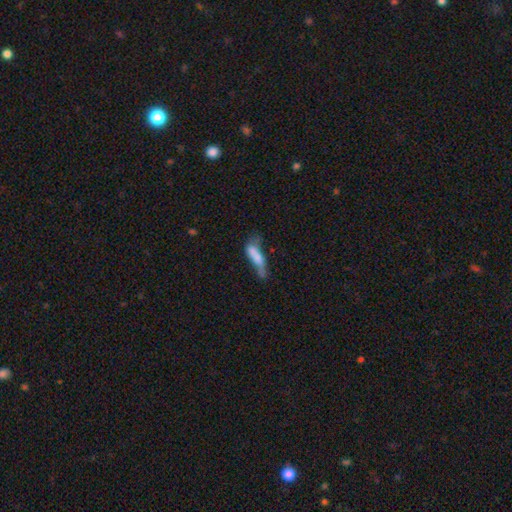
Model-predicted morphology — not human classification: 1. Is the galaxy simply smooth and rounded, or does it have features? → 64% smooth, 26% featured or disk, 9% star or artifact.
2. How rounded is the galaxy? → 58% cigar-shaped, 40% in between, 3% round.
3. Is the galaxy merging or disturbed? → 29% major disturbance, 27% minor disturbance, 27% none, 17% merger.